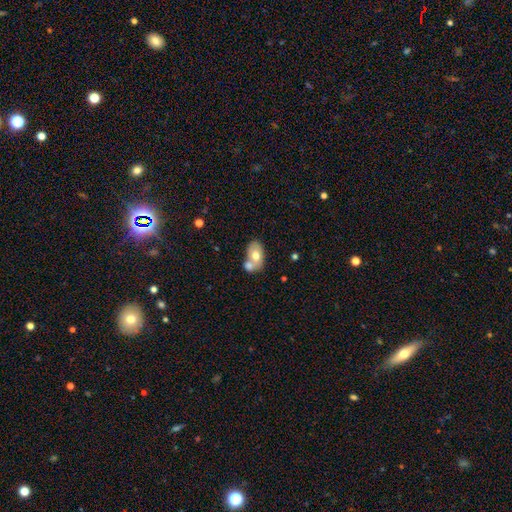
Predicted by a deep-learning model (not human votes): smooth 64%, featured or disk 29%, star or artifact 7%. Down the decision tree: how rounded — in between (86%); merging — merger (53%).